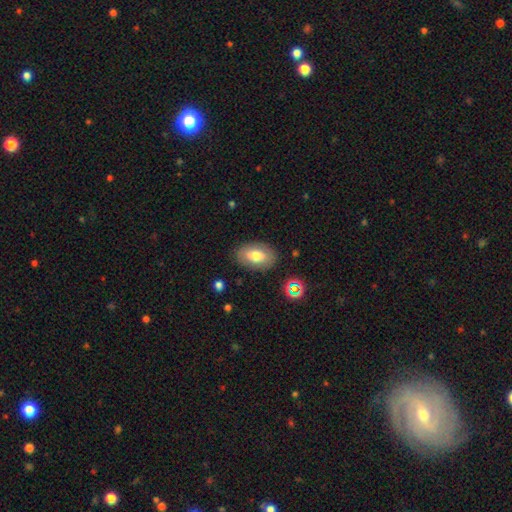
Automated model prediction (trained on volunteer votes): This is likely a smooth galaxy (71%). How rounded: clearly in between (90%). Merging: clearly none (84%).